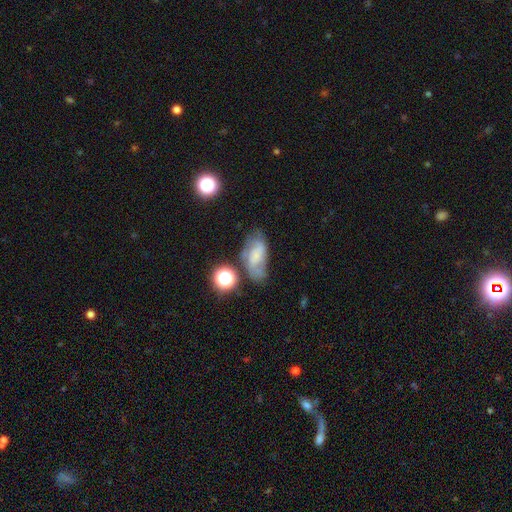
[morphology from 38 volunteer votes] Volunteers were most divided on "bulge size": small: 39%, none: 33%, large: 17%, moderate: 11%, dominant: 0%. Remaining: edge-on disk — no (90%); spiral arms — yes (56%); smooth or featured — featured or disk (53%); spiral winding — medium (50%); bar — no (50%); spiral arm count — can't tell (50%); merging — minor disturbance (47%).